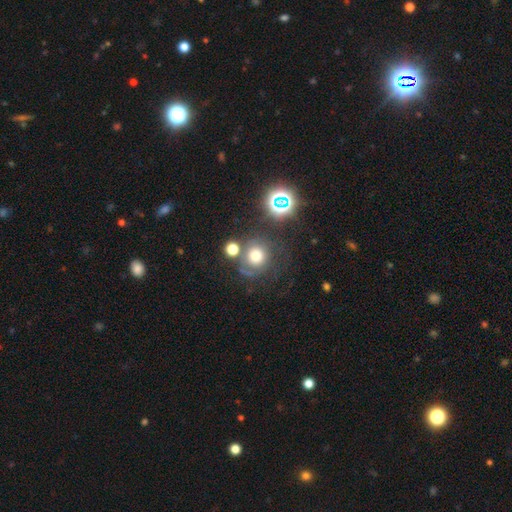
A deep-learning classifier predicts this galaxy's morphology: type=smooth (64%); roundness=round (89%); merging=none (60%).